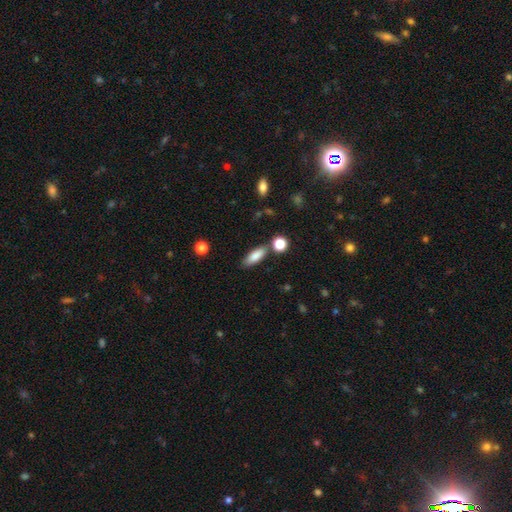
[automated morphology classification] smooth-or-featured: smooth: 84% | featured or disk: 9% | star or artifact: 7%
  how-rounded: in between: 63% | cigar-shaped: 34% | round: 3%
  merging: none: 75% | minor disturbance: 13% | merger: 9% | major disturbance: 3%